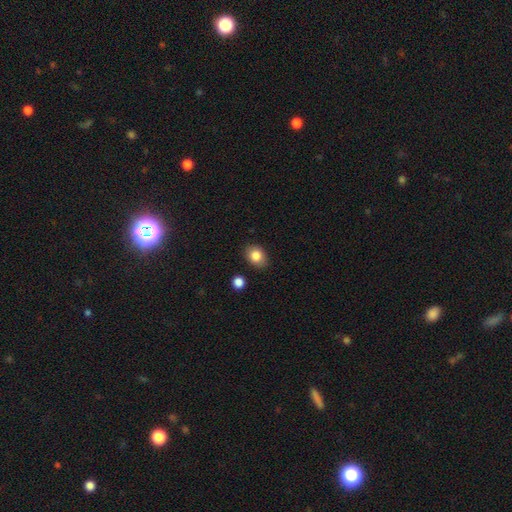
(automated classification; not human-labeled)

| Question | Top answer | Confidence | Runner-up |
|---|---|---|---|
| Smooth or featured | smooth | 84% | star or artifact (9%) |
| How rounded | in between | 59% | round (40%) |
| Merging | none | 85% | minor disturbance (10%) |